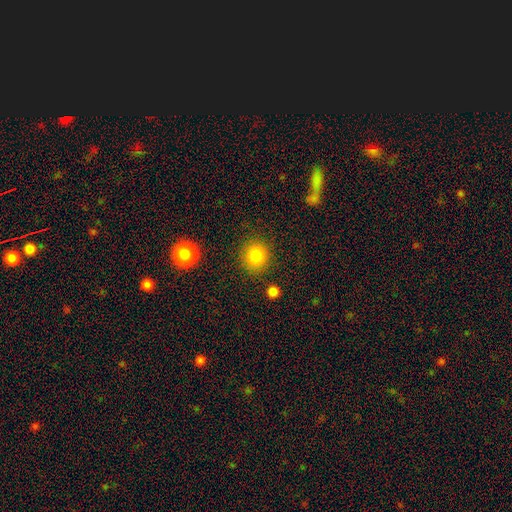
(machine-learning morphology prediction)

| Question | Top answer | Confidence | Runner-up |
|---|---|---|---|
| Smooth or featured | smooth | 85% | star or artifact (11%) |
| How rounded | round | 88% | in between (11%) |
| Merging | none | 86% | minor disturbance (8%) |